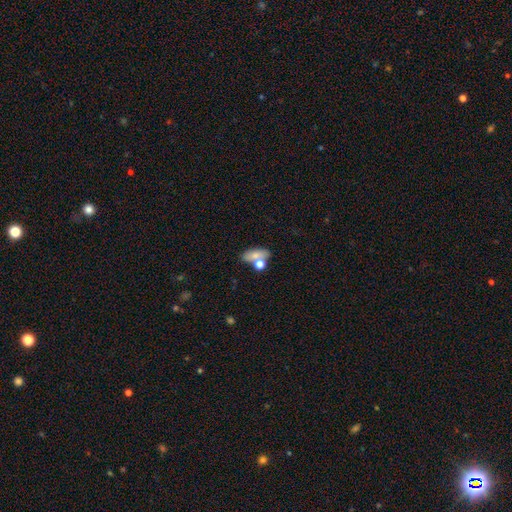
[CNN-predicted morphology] Smooth or featured: smooth — 70% (featured or disk — 19%)
How rounded: in between — 75% (round — 14%)
Merging: none — 48% (merger — 30%)